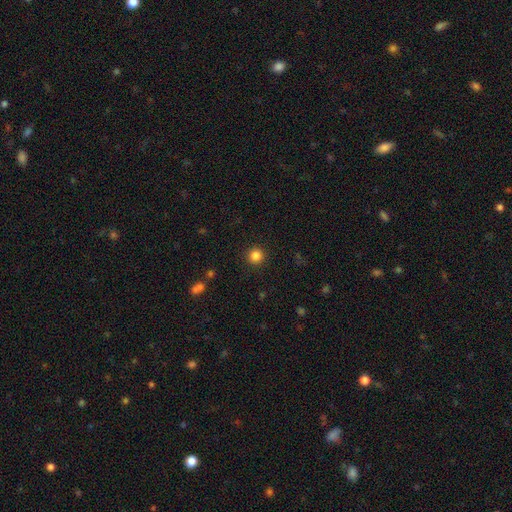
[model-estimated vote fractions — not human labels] smooth 84%, star or artifact 12%, featured or disk 4%. Down the decision tree: how rounded — round (95%); merging — none (92%).